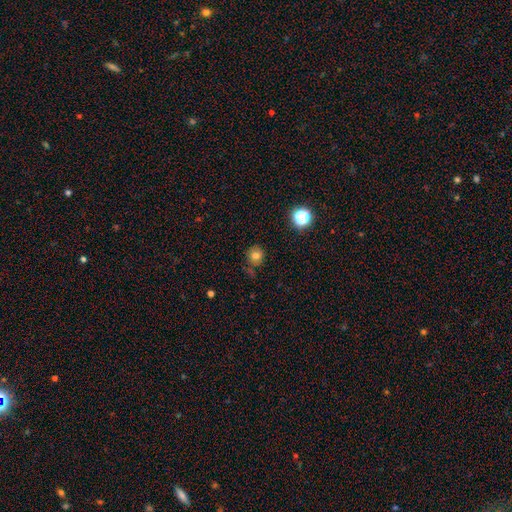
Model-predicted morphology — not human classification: Q: Smooth or featured?
A: smooth (77%); runner-up: star or artifact (15%)
Q: How rounded?
A: round (86%); runner-up: in between (13%)
Q: Merging?
A: none (75%); runner-up: minor disturbance (16%)